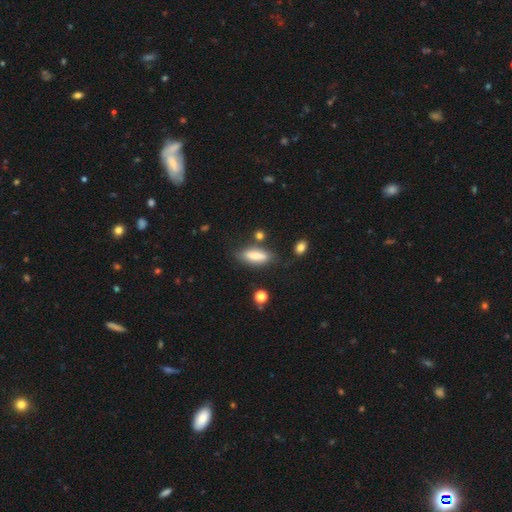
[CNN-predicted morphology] A smooth galaxy with no disk features (68%) that is in between round and cigar-shaped (50%). Merging: none (72%).